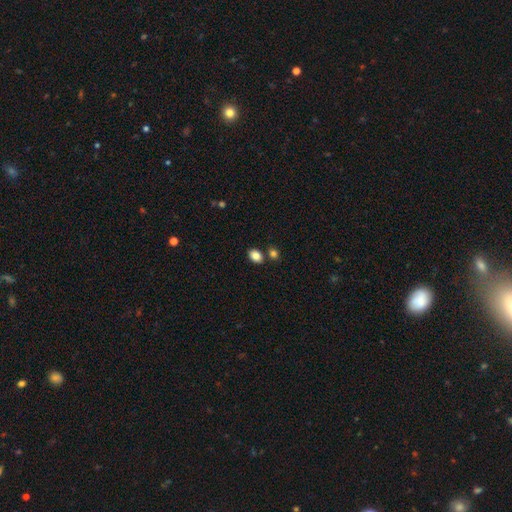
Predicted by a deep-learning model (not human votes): Smooth or featured? Predicted: smooth (p=0.86). How rounded? Predicted: in between (p=0.77). Merging? Predicted: none (p=0.77).